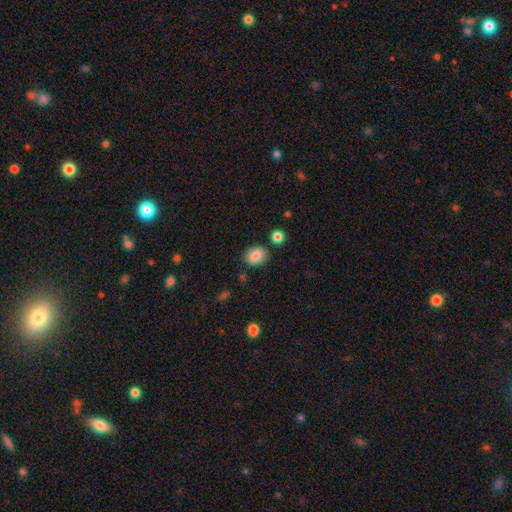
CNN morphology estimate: A smooth galaxy with no disk features (86%) that is in between round and cigar-shaped (54%).

Vote fractions:
- Smooth or featured? smooth: 86% / star or artifact: 9% / featured or disk: 6%
- How rounded? in between: 54% / round: 45% / cigar-shaped: 1%
- Merging? none: 81% / minor disturbance: 11% / merger: 4% / major disturbance: 3%